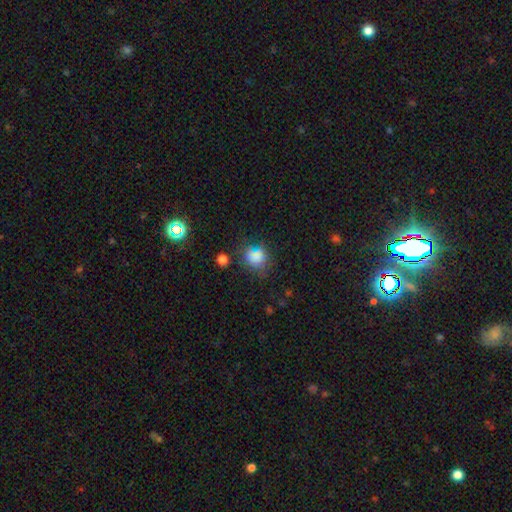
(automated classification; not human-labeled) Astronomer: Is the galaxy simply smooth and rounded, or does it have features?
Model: smooth — 74%.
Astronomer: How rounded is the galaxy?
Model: round — 71%.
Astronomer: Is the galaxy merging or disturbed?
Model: none — 64%.